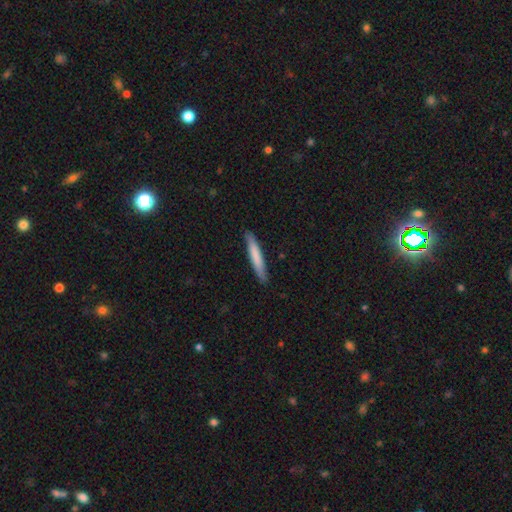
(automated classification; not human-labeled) Smooth or featured? Predicted: smooth (p=0.74). How rounded? Predicted: cigar-shaped (p=0.95). Merging? Predicted: none (p=0.88).